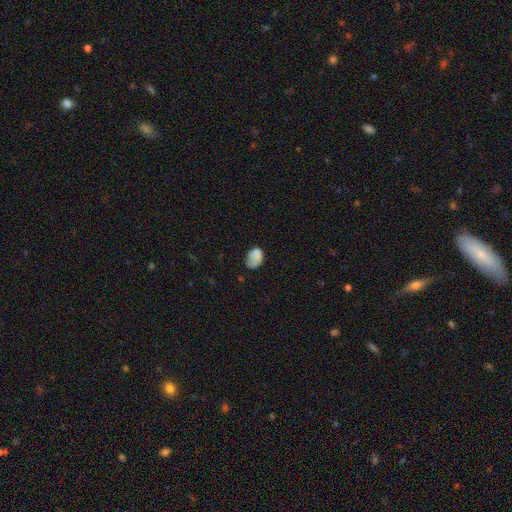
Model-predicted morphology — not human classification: Smooth or featured: smooth — 72% (featured or disk — 19%)
How rounded: in between — 76% (round — 23%)
Merging: none — 39% (minor disturbance — 32%)